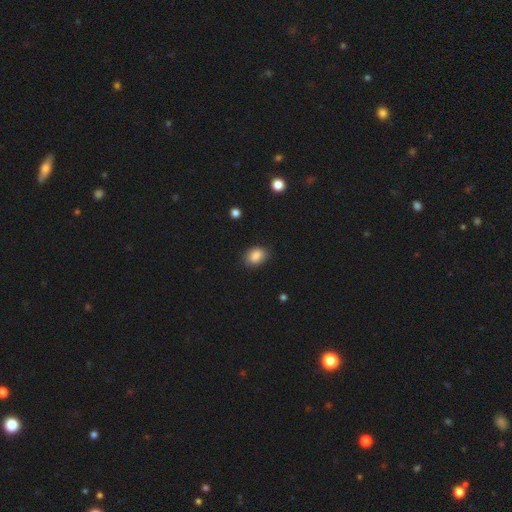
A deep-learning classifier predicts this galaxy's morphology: Overall: smooth (87%). How rounded: in between (78%). Merging: none (82%).